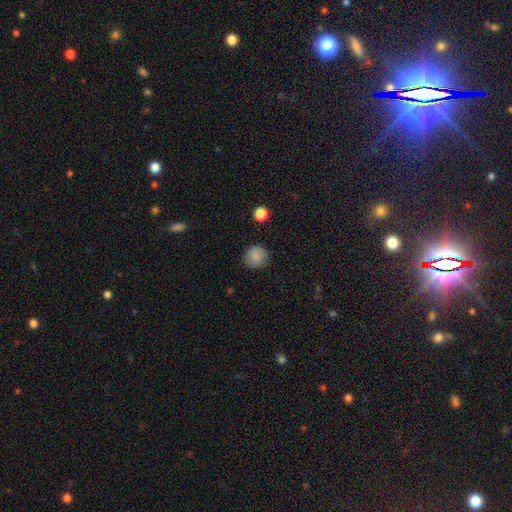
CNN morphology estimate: Q: Smooth or featured?
A: smooth (85%); runner-up: star or artifact (9%)
Q: How rounded?
A: round (90%); runner-up: in between (9%)
Q: Merging?
A: none (86%); runner-up: minor disturbance (10%)